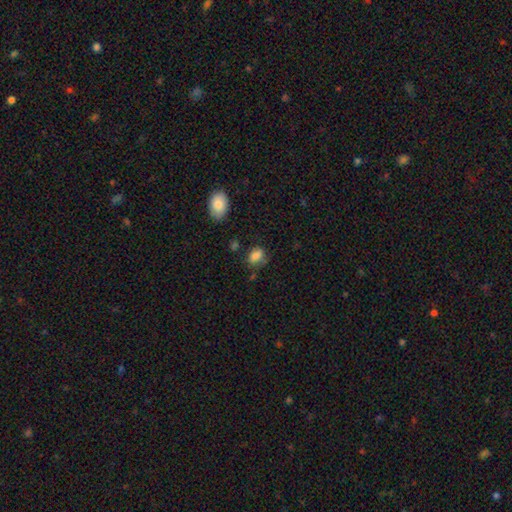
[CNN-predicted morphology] Smooth or featured: smooth — 82% (star or artifact — 10%)
How rounded: in between — 76% (round — 22%)
Merging: none — 60% (minor disturbance — 26%)